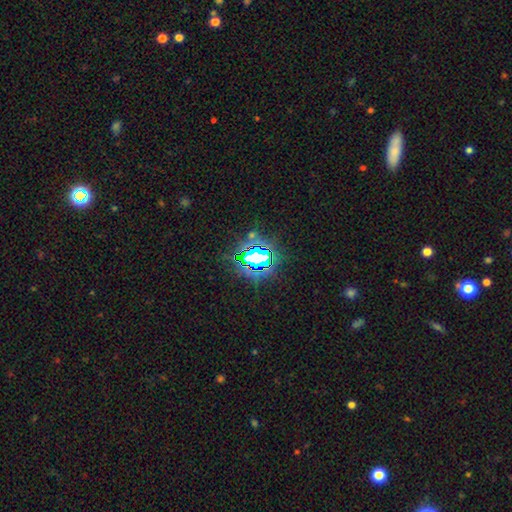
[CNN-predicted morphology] A star or artifact, not a galaxy (77%).